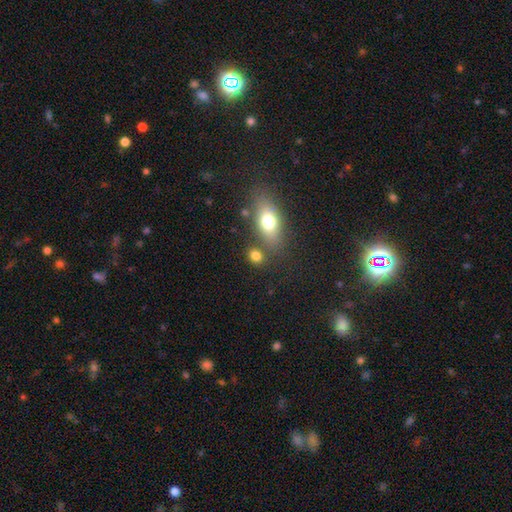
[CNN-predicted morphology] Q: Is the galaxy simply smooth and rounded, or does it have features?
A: smooth — 80%.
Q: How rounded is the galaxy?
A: round — 55%.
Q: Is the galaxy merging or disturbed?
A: none — 68%.